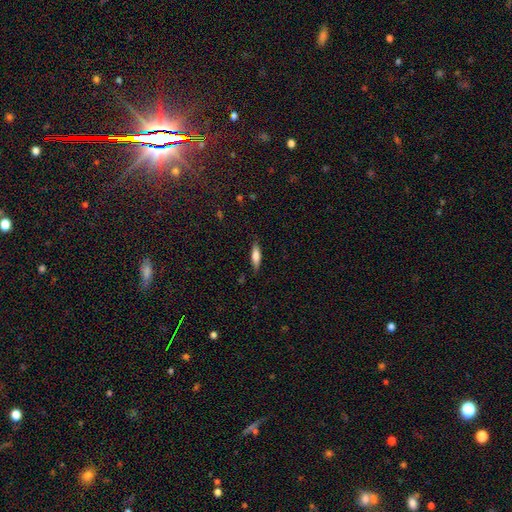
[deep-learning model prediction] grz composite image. It shows a smooth galaxy with no disk features (72%) that is cigar-shaped (63%). Merging: none (84%).